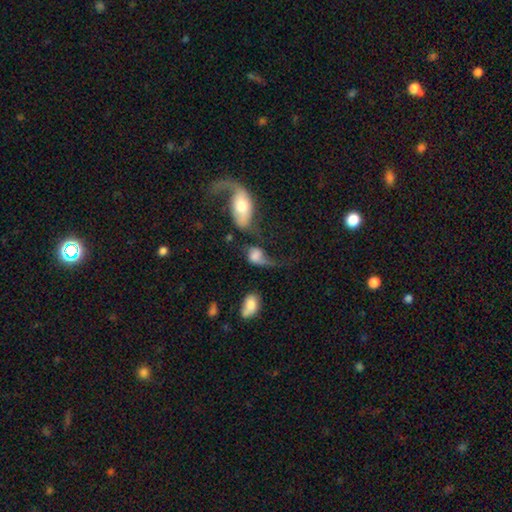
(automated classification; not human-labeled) Q: Smooth or featured?
A: smooth (53%); runner-up: featured or disk (37%)
Q: How rounded?
A: in between (68%); runner-up: round (28%)
Q: Merging?
A: major disturbance (36%); runner-up: merger (27%)